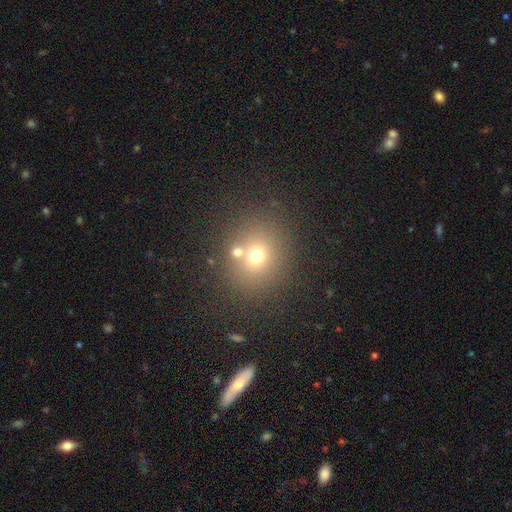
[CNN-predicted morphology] A smooth galaxy with no disk features (66%) that is round (82%). Merging: none (69%).